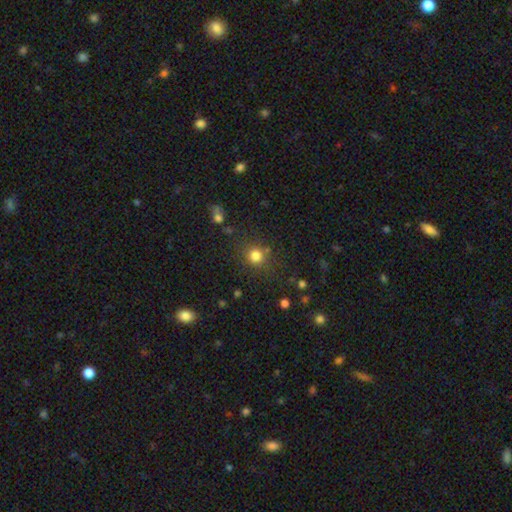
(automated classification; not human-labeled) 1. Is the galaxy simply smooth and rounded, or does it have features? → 80% smooth, 14% star or artifact, 6% featured or disk.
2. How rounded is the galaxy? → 89% round, 10% in between, 1% cigar-shaped.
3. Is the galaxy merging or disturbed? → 81% none, 10% minor disturbance, 5% merger, 5% major disturbance.